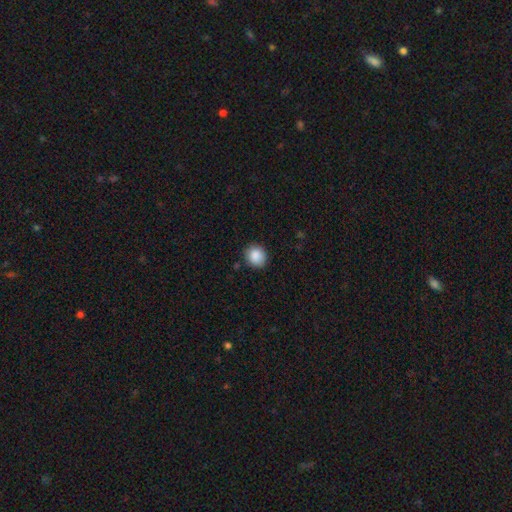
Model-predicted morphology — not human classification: Smooth or featured?
  - smooth: 88% *
  - star or artifact: 8%
  - featured or disk: 4%
How rounded?
  - round: 78% *
  - in between: 21%
  - cigar-shaped: 1%
Merging?
  - none: 84% *
  - minor disturbance: 12%
  - major disturbance: 3%
  - merger: 1%